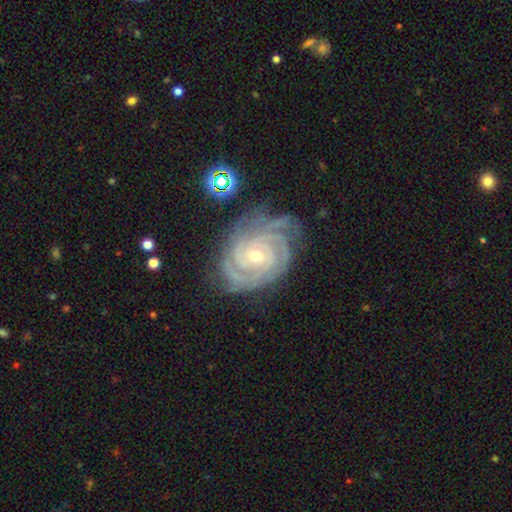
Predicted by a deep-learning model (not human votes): smooth-or-featured: featured or disk: 91% | star or artifact: 6% | smooth: 4%
  disk-edge-on: no: 97% | yes: 3%
    bar: no: 63% | weak: 26% | strong: 11%
    has-spiral-arms: yes: 99% | no: 1%
      spiral-winding: tight: 84% | medium: 14% | loose: 2%
      spiral-arm-count: 4: 29% | 3: 27% | can't tell: 15% | 2: 13% | more than 4: 10% | 1: 6%
    bulge-size: small: 58% | moderate: 40% | large: 1% | none: 1% | dominant: 1%
  merging: none: 73% | minor disturbance: 19% | major disturbance: 6% | merger: 2%